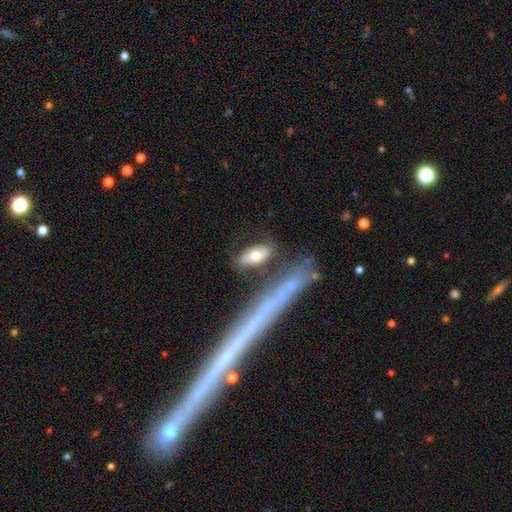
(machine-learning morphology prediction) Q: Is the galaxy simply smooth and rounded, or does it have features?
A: smooth — 69%.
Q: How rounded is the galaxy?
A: in between — 87%.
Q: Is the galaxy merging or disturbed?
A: none — 71%.